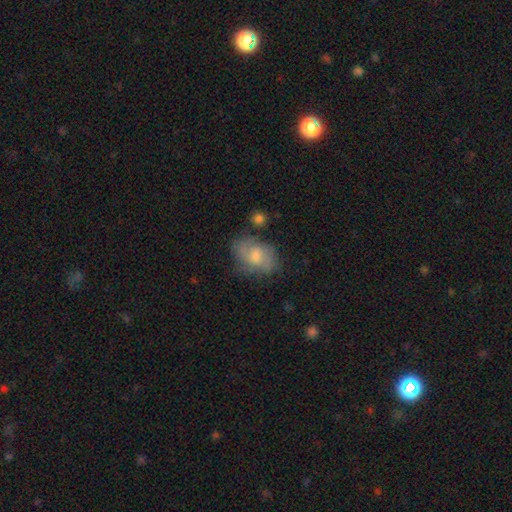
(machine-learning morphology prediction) Smooth or featured? Predicted: smooth (p=0.50). Merging? Predicted: none (p=0.62).